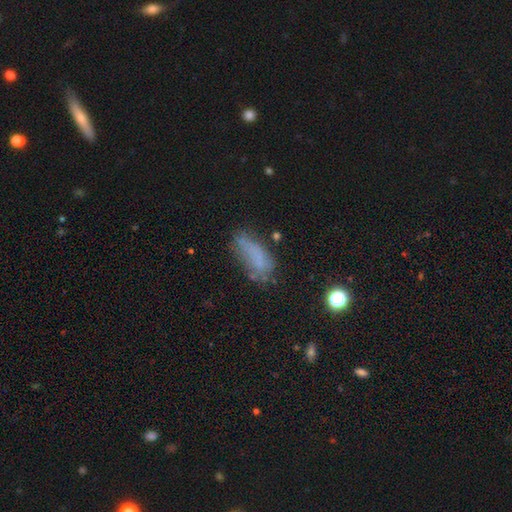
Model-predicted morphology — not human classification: Overall: smooth (61%; featured or disk 23%). How rounded: in between (76%). Merging: none (46%; minor disturbance 30%).